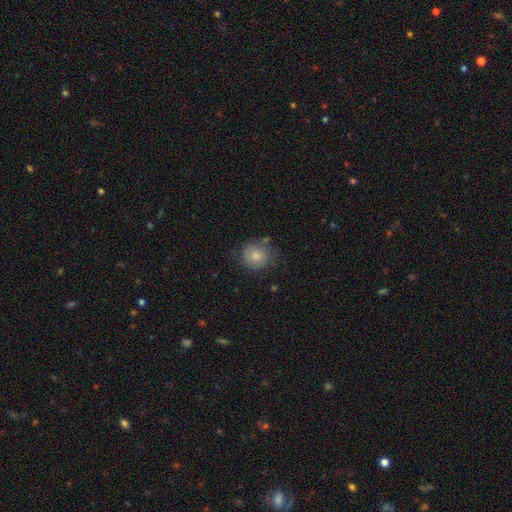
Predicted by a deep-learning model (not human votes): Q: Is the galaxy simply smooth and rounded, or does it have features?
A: smooth — 78%.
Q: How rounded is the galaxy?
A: round — 84%.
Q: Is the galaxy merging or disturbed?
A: none — 69%.